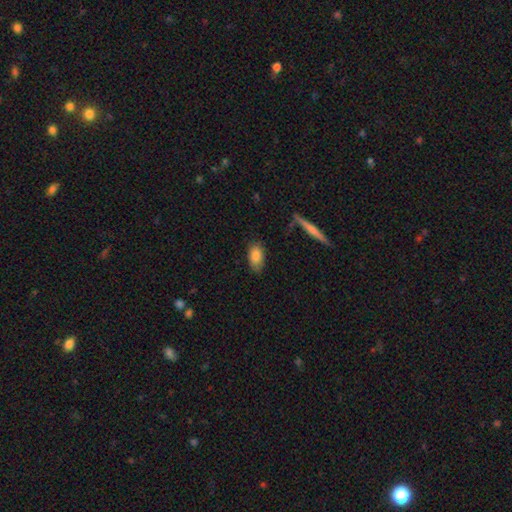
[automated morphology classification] Q: Smooth or featured?
A: smooth (83%); runner-up: featured or disk (10%)
Q: How rounded?
A: in between (90%); runner-up: round (5%)
Q: Merging?
A: none (80%); runner-up: minor disturbance (15%)